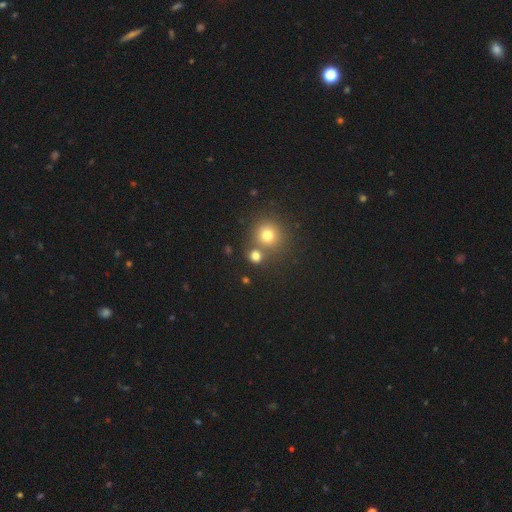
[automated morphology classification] smooth_or_featured: smooth (p=0.74) [alt: star or artifact p=0.18]
how_rounded: round (p=0.84) [alt: in between p=0.15]
merging: none (p=0.64) [alt: merger p=0.25]